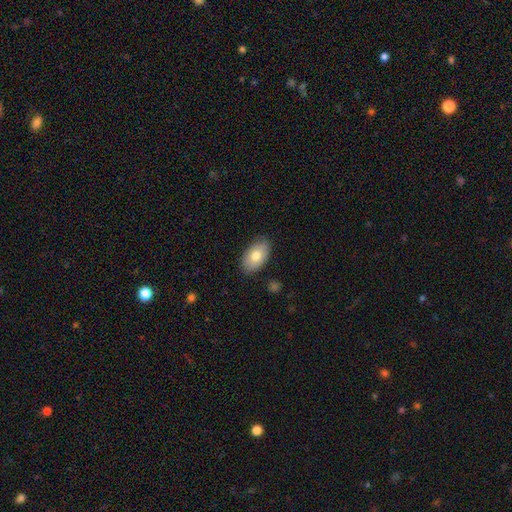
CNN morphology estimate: Smooth or featured? smooth (76%)
How rounded? in between (94%)
Merging? none (85%)